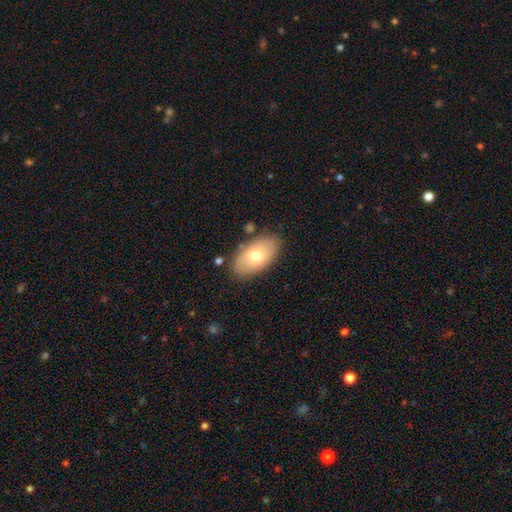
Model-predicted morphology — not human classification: A smooth galaxy with no disk features (71%) that is in between round and cigar-shaped (94%).

Vote fractions:
- Smooth or featured? smooth: 71% / featured or disk: 23% / star or artifact: 7%
- How rounded? in between: 94% / round: 4% / cigar-shaped: 2%
- Merging? none: 82% / minor disturbance: 12% / major disturbance: 3% / merger: 3%